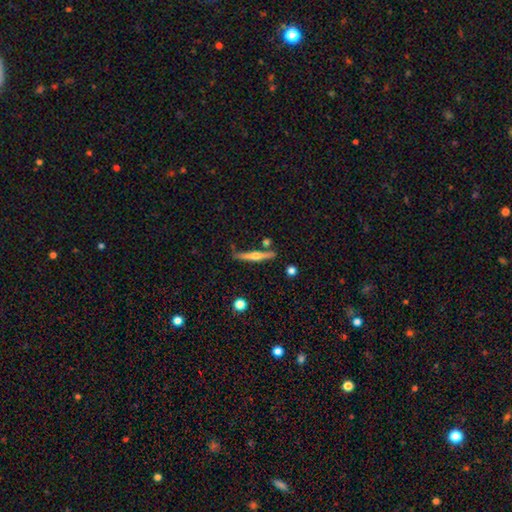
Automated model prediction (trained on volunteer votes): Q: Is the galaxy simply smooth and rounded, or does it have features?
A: featured or disk — 62%.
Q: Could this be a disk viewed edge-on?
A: yes — 97%.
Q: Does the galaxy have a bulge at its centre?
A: rounded — 88%.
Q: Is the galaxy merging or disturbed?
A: none — 78%.